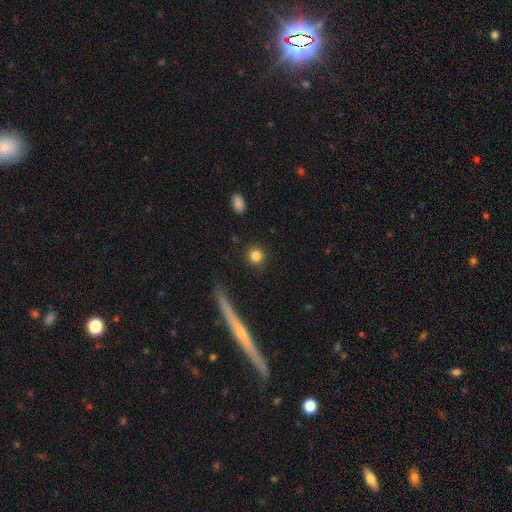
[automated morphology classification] Overall: smooth (84%). How rounded: round (92%). Merging: none (89%).